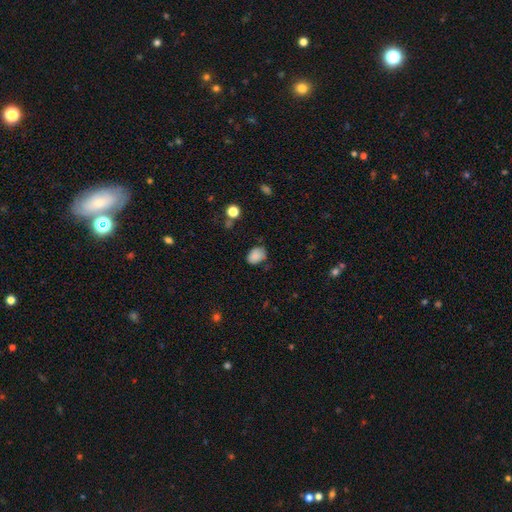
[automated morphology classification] Smooth or featured: smooth — 85% (star or artifact — 9%)
How rounded: in between — 72% (round — 27%)
Merging: none — 65% (minor disturbance — 26%)